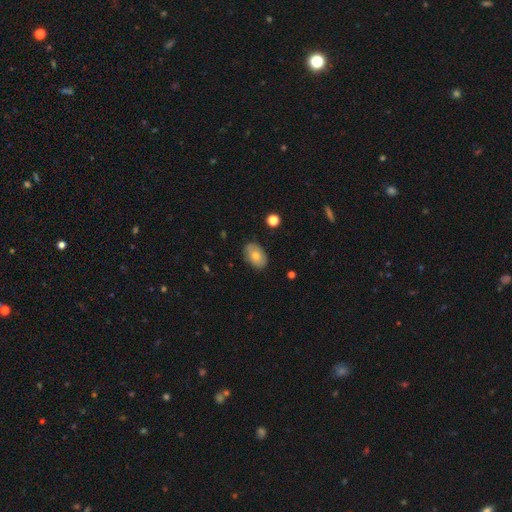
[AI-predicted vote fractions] Overall: smooth (71%). How rounded: in between (89%). Merging: none (84%).